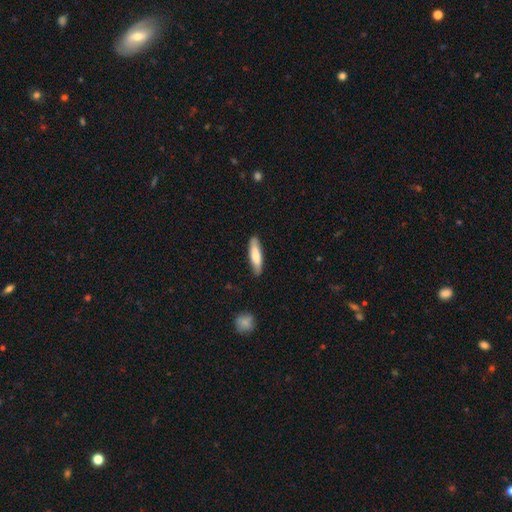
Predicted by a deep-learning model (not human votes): smooth_or_featured: smooth (p=0.75) [alt: featured or disk p=0.19]
how_rounded: cigar-shaped (p=0.73) [alt: in between p=0.26]
merging: none (p=0.86) [alt: minor disturbance p=0.11]